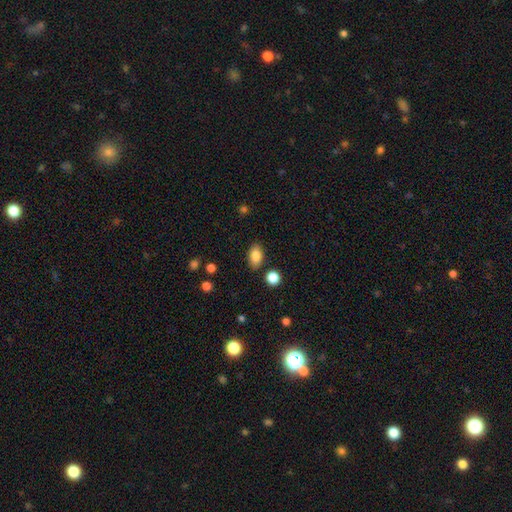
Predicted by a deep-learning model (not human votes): smooth 85%, star or artifact 8%, featured or disk 7%. Down the decision tree: how rounded — in between (88%); merging — none (84%).